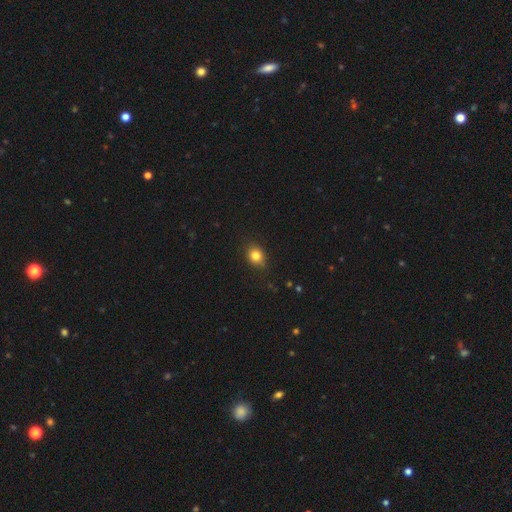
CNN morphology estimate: smooth 82%, star or artifact 11%, featured or disk 7%. Down the decision tree: how rounded — round (49%, tied with in between); merging — none (85%).